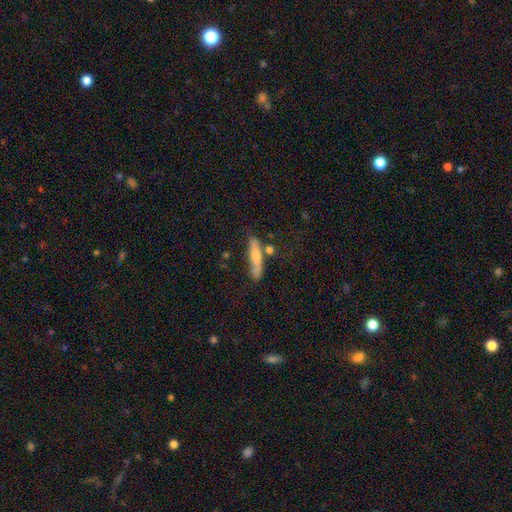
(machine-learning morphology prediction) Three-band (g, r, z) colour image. It shows a smooth galaxy with no disk features (57%) that is cigar-shaped (85%). Merging: none (64%).